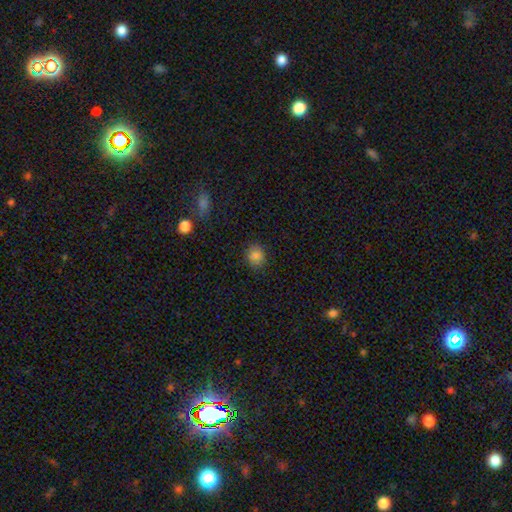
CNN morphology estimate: Overall: smooth (83%). How rounded: round (75%). Merging: none (84%).